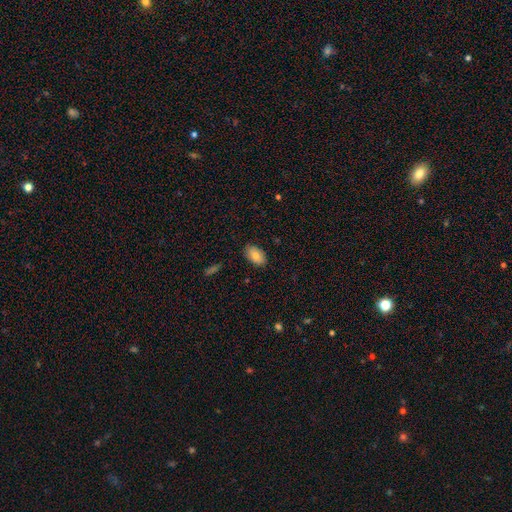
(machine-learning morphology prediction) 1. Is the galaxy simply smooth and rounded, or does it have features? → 79% smooth, 14% featured or disk, 7% star or artifact.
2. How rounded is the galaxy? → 93% in between, 6% round, 2% cigar-shaped.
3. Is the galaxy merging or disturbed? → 88% none, 9% minor disturbance, 2% major disturbance, 1% merger.